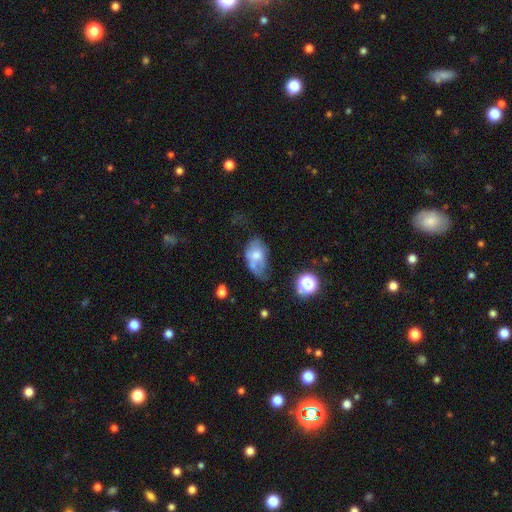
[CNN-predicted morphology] smooth_or_featured: smooth (p=0.55) [alt: featured or disk p=0.35]
how_rounded: in between (p=0.87) [alt: round p=0.11]
merging: minor disturbance (p=0.33) [alt: major disturbance p=0.28]